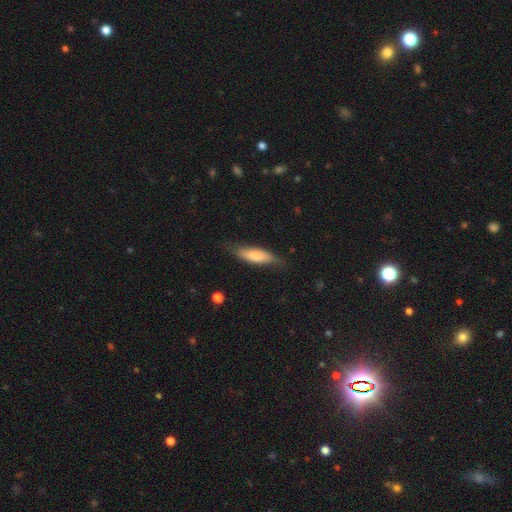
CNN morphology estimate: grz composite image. It shows a smooth galaxy with no disk features (75%) that is cigar-shaped (55%). Merging: none (74%).